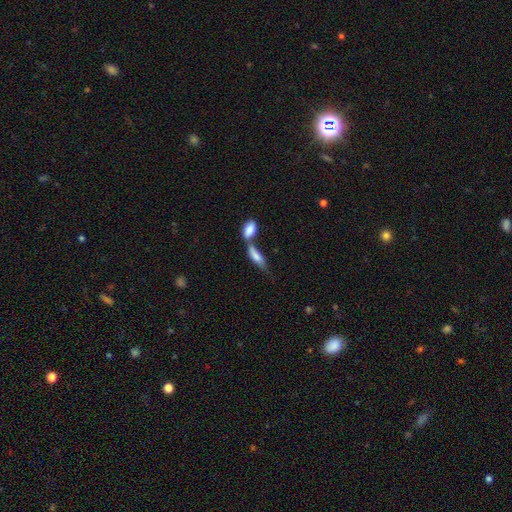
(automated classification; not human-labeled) Smooth or featured?
  - smooth: 76% *
  - featured or disk: 17%
  - star or artifact: 7%
How rounded?
  - in between: 67% *
  - cigar-shaped: 30%
  - round: 3%
Merging?
  - merger: 58% *
  - none: 24%
  - minor disturbance: 11%
  - major disturbance: 6%